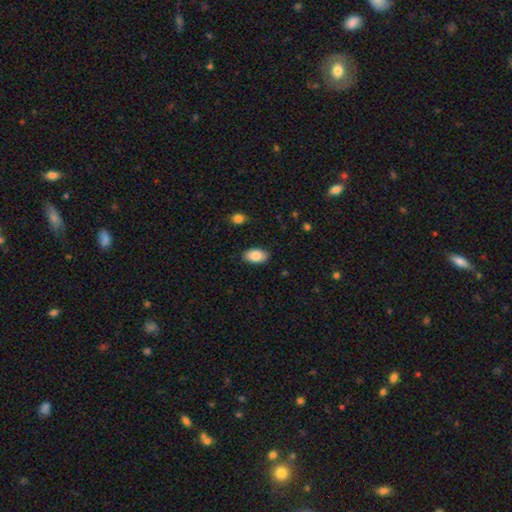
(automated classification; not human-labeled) Q: Smooth or featured?
A: smooth (87%); runner-up: featured or disk (7%)
Q: How rounded?
A: in between (94%); runner-up: round (4%)
Q: Merging?
A: none (86%); runner-up: minor disturbance (10%)